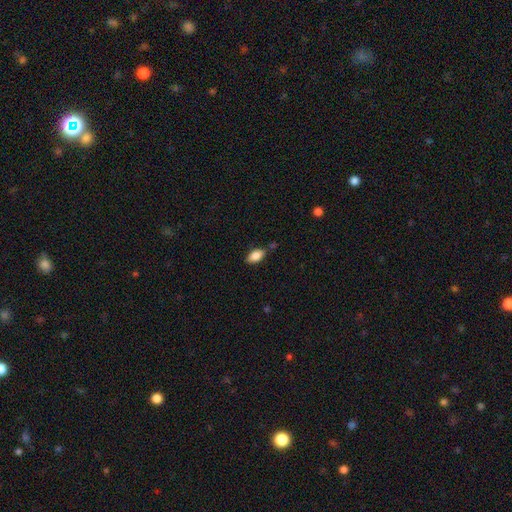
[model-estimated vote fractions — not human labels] Overall: smooth (85%). How rounded: in between (92%). Merging: none (79%).